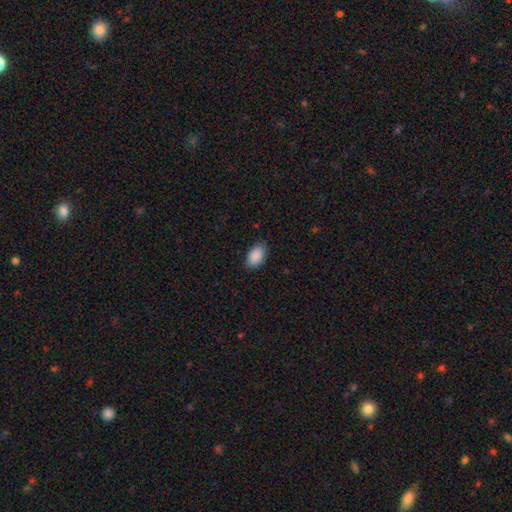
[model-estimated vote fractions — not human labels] Morphology: type=smooth (90%); roundness=in between (93%); merging=none (83%).